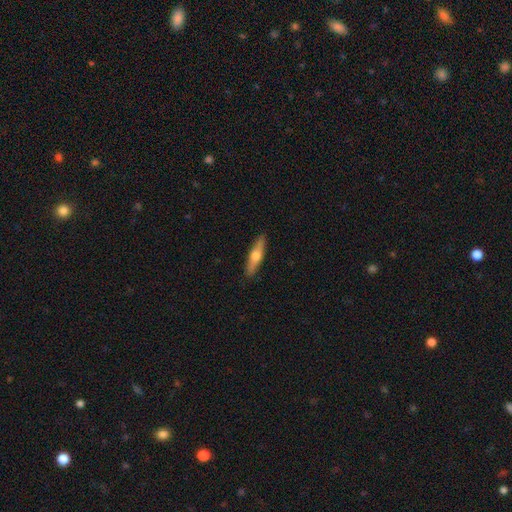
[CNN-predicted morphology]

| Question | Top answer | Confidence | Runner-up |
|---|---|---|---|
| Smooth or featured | smooth | 50% | featured or disk (45%) |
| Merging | none | 90% | minor disturbance (7%) |